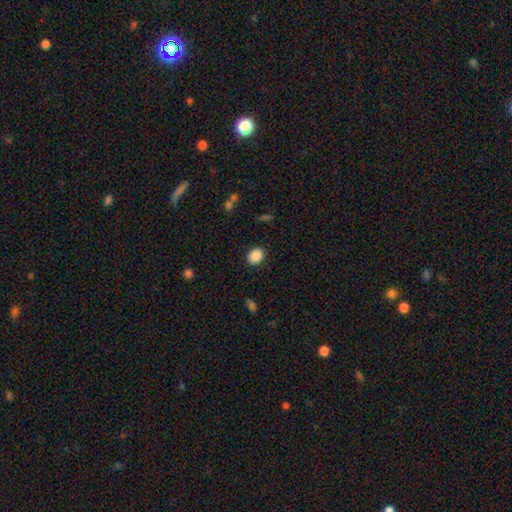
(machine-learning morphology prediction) A smooth galaxy with no disk features (88%) that is in between round and cigar-shaped (61%). Merging: none (89%).